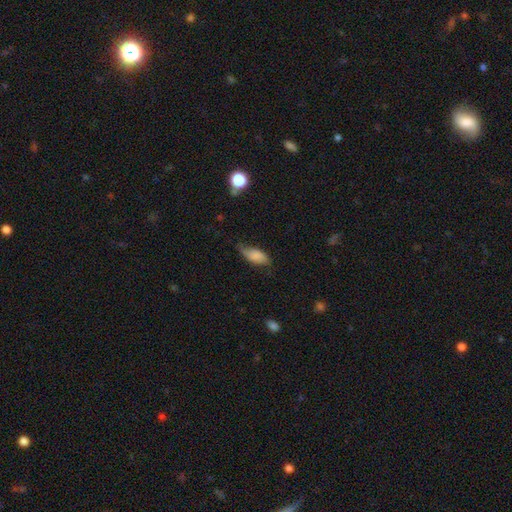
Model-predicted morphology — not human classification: Smooth or featured? Predicted: smooth (p=0.68). How rounded? Predicted: in between (p=0.85). Merging? Predicted: none (p=0.48).